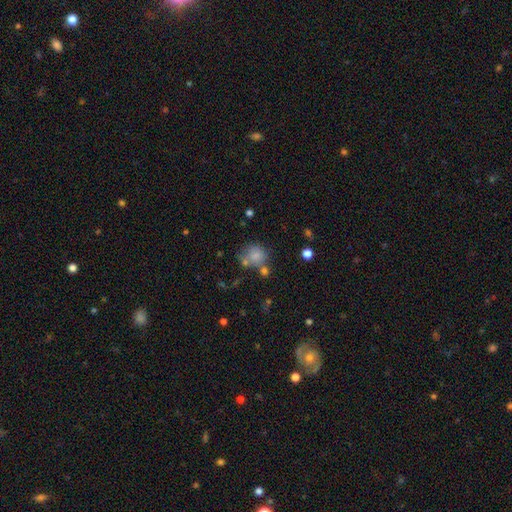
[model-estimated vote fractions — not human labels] Smooth or featured? smooth (77%)
How rounded? round (77%)
Merging? none (51%)